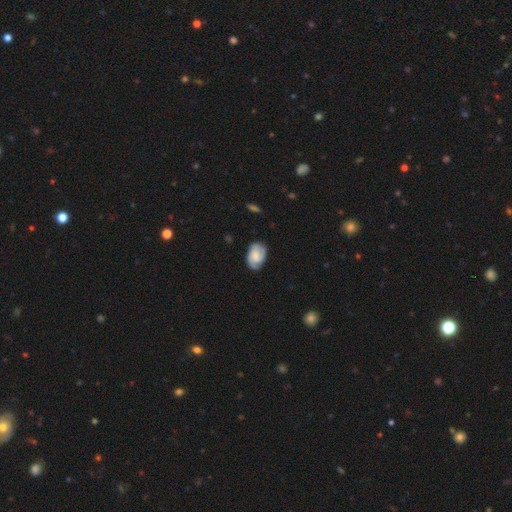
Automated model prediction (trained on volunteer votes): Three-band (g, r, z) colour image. It shows a featured or disk galaxy (47%). Merging: none (71%).